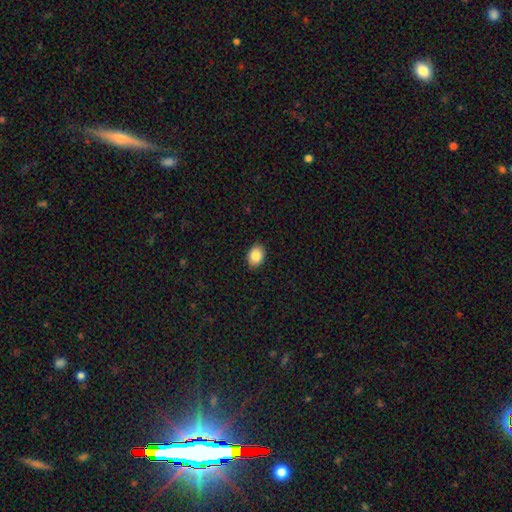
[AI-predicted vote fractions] Overall: smooth (86%). How rounded: in between (71%). Merging: none (90%).